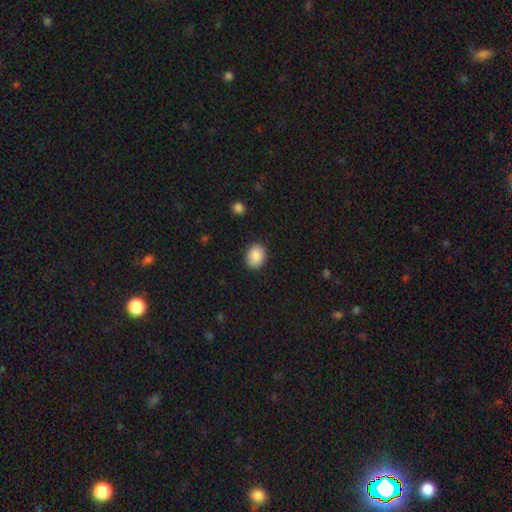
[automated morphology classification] Overall: smooth (88%). How rounded: in between (56%; round 43%). Merging: none (88%).